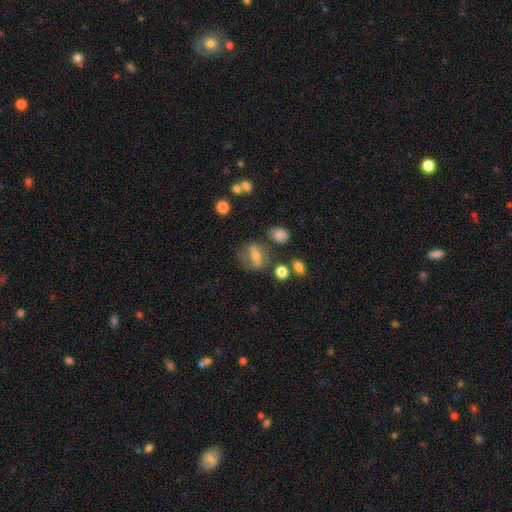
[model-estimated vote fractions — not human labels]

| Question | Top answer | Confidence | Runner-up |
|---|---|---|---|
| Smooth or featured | smooth | 49% | featured or disk (40%) |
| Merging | none | 62% | minor disturbance (18%) |